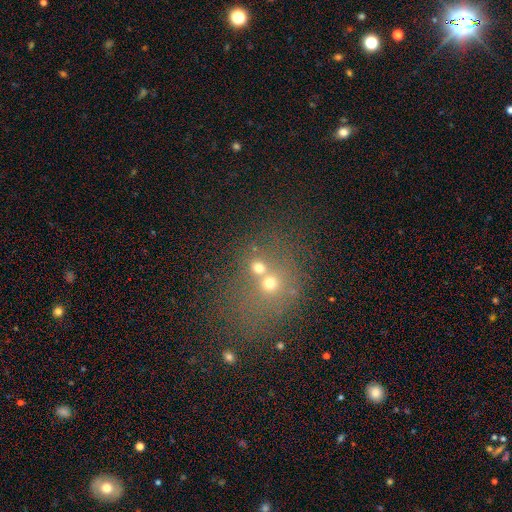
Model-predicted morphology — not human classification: smooth 43%, star or artifact 38%, featured or disk 19%. Down the decision tree: merging — none (43%, tied with merger).